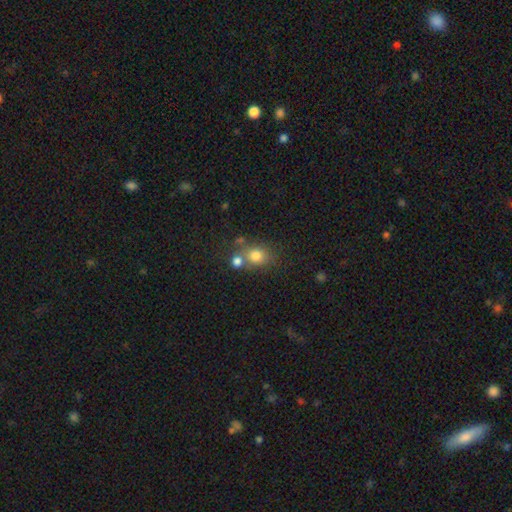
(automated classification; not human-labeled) Smooth or featured: smooth — 77% (star or artifact — 13%)
How rounded: round — 66% (in between — 32%)
Merging: none — 53% (merger — 30%)